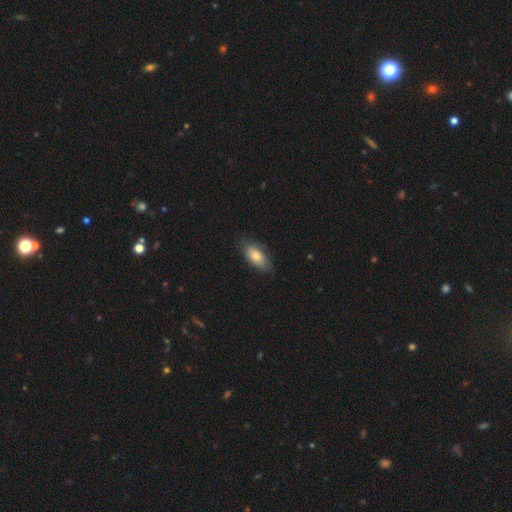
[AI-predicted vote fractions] Smooth or featured: smooth — 79% (featured or disk — 15%)
How rounded: in between — 89% (cigar-shaped — 8%)
Merging: none — 76% (minor disturbance — 20%)